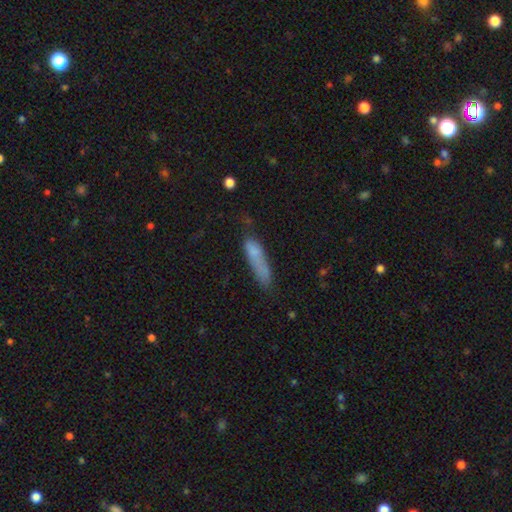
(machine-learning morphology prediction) Smooth or featured? smooth (72%)
How rounded? cigar-shaped (74%)
Merging? none (46%)